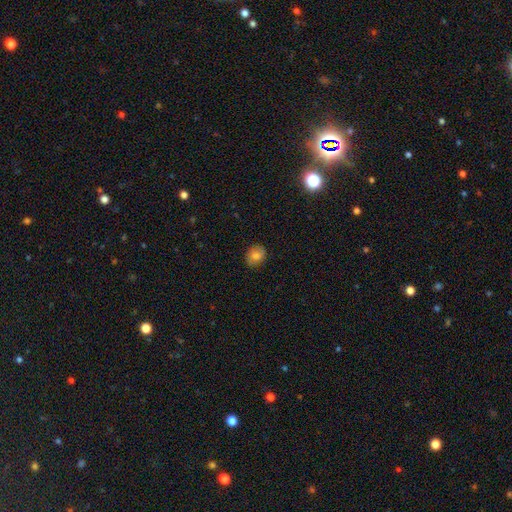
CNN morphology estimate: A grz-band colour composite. It shows a smooth galaxy with no disk features (78%) that is round (67%). Merging: none (85%).